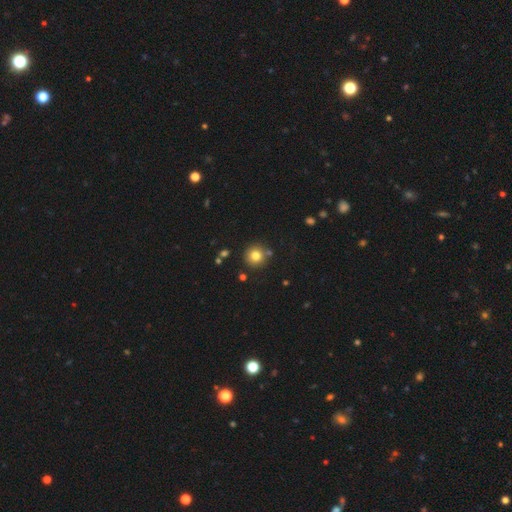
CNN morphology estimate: Q: Smooth or featured?
A: smooth (79%); runner-up: star or artifact (13%)
Q: How rounded?
A: round (94%); runner-up: in between (5%)
Q: Merging?
A: none (83%); runner-up: minor disturbance (8%)